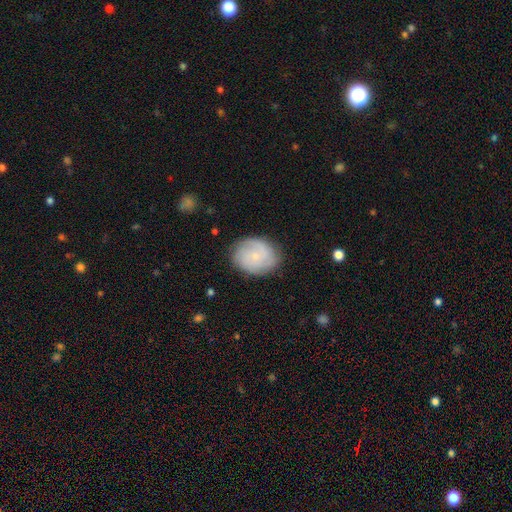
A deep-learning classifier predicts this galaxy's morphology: Q: Smooth or featured?
A: featured or disk (55%); runner-up: smooth (38%)
Q: Edge-on disk?
A: no (97%); runner-up: yes (3%)
Q: Bar?
A: no (79%); runner-up: weak (19%)
Q: Spiral arms?
A: yes (87%); runner-up: no (13%)
Q: Bulge size?
A: small (82%); runner-up: moderate (13%)
Q: Merging?
A: none (79%); runner-up: minor disturbance (15%)